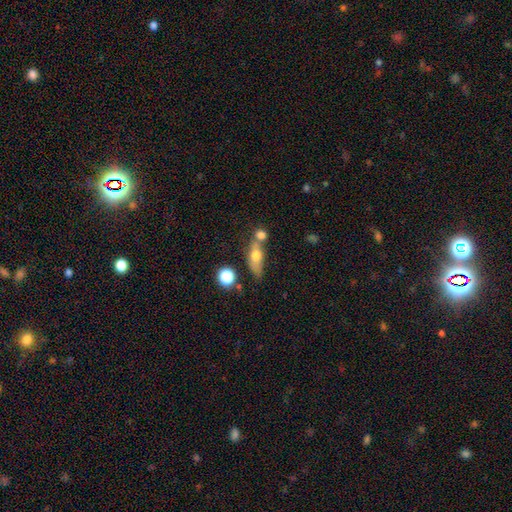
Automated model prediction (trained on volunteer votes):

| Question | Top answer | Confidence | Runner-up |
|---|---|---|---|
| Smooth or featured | smooth | 62% | featured or disk (29%) |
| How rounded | in between | 57% | cigar-shaped (30%) |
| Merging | none | 43% | merger (34%) |